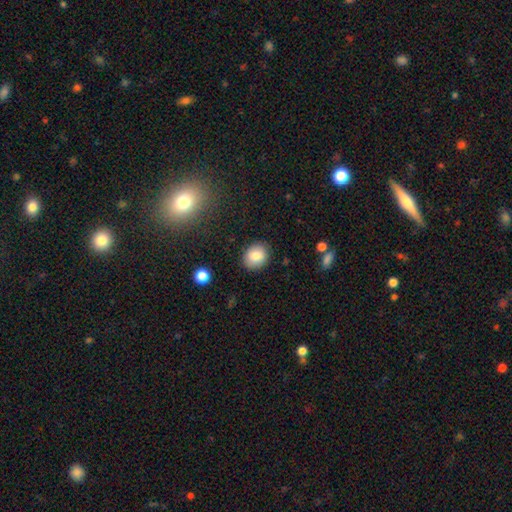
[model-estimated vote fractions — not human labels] Overall: smooth (83%). How rounded: round (56%; in between 43%). Merging: none (87%).